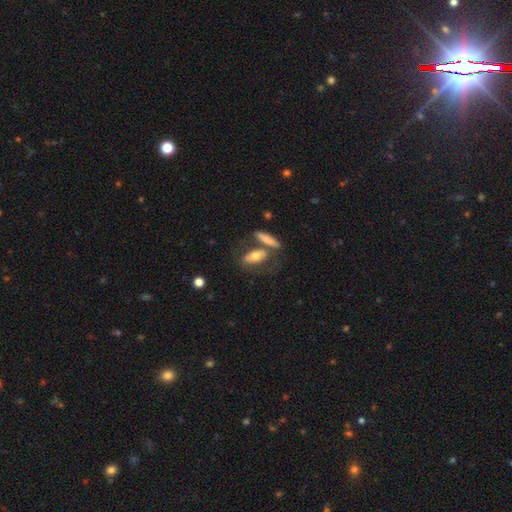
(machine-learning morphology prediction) Smooth or featured? Predicted: smooth (p=0.65). How rounded? Predicted: in between (p=0.70). Merging? Predicted: none (p=0.50).